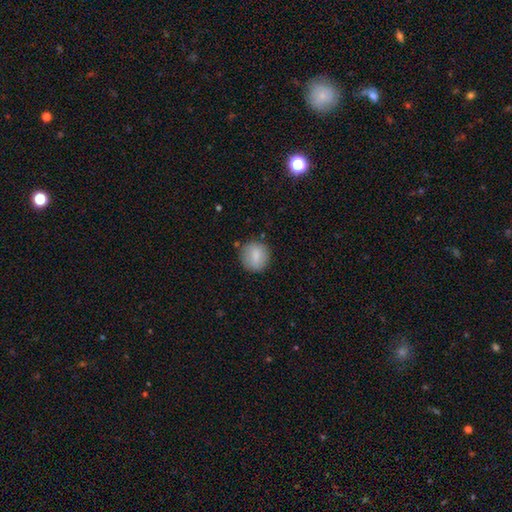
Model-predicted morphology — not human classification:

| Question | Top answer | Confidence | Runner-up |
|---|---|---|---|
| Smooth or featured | smooth | 81% | featured or disk (11%) |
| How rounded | round | 89% | in between (10%) |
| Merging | none | 84% | minor disturbance (11%) |